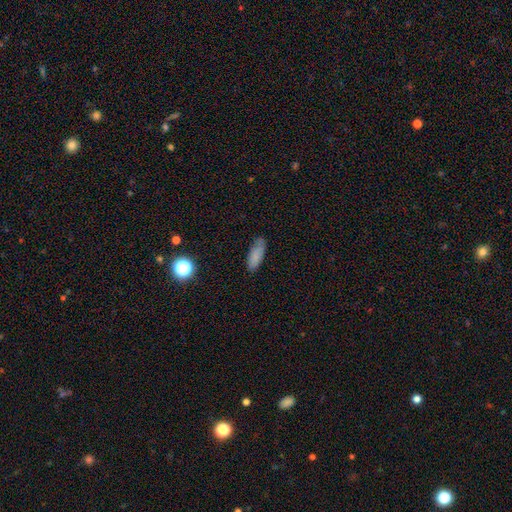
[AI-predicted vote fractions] This is clearly a smooth galaxy (81%). How rounded: likely in between (71%). Merging: likely none (71%).